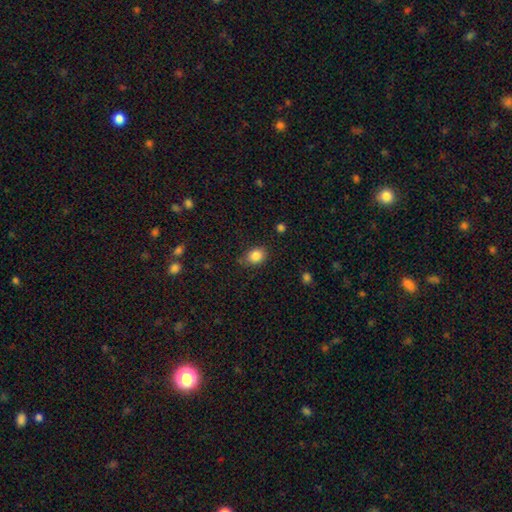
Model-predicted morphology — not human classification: Q: Smooth or featured?
A: smooth (85%); runner-up: star or artifact (10%)
Q: How rounded?
A: in between (53%); runner-up: round (46%)
Q: Merging?
A: none (75%); runner-up: minor disturbance (19%)